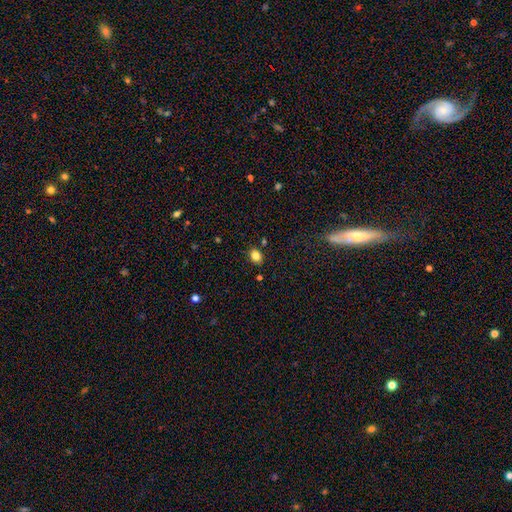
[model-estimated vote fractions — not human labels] smooth 84%, star or artifact 11%, featured or disk 5%. Down the decision tree: how rounded — in between (69%); merging — none (85%).